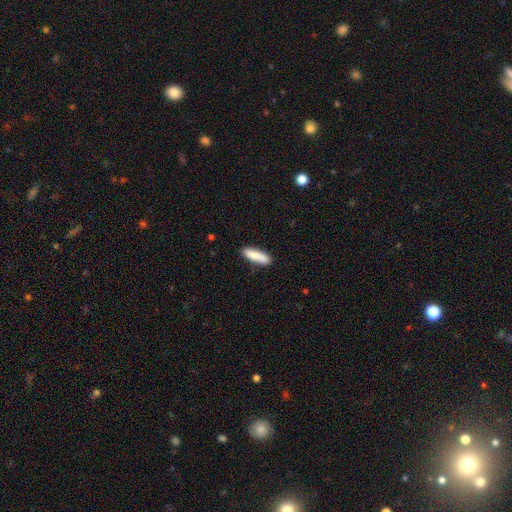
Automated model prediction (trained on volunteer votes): smooth-or-featured: smooth: 86% | featured or disk: 8% | star or artifact: 6%
  how-rounded: cigar-shaped: 63% | in between: 36% | round: 2%
  merging: none: 85% | minor disturbance: 11% | major disturbance: 2% | merger: 2%